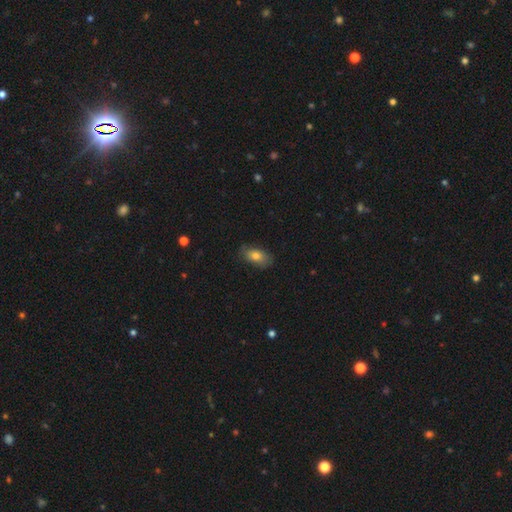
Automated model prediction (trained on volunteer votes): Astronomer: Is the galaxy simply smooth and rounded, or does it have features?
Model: smooth — 77%.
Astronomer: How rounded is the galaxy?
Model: in between — 88%.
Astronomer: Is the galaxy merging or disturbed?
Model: none — 80%.